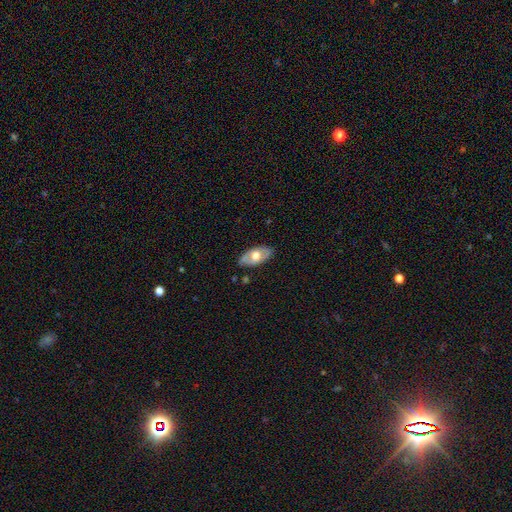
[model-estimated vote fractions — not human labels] Smooth or featured: smooth — 48% (featured or disk — 46%)
Merging: none — 82% (minor disturbance — 14%)